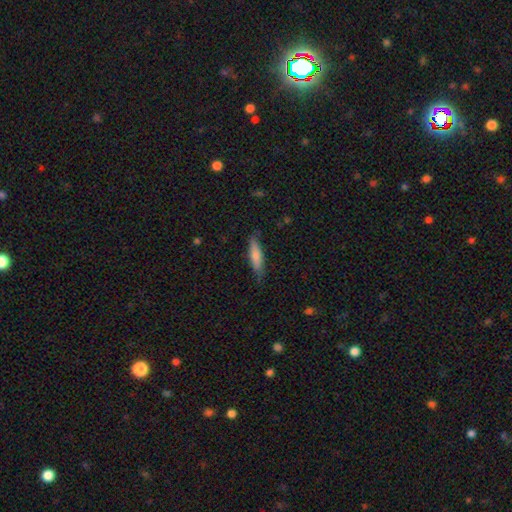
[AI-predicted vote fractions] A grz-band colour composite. It shows a smooth galaxy with no disk features (78%) that is cigar-shaped (70%). Merging: none (79%).